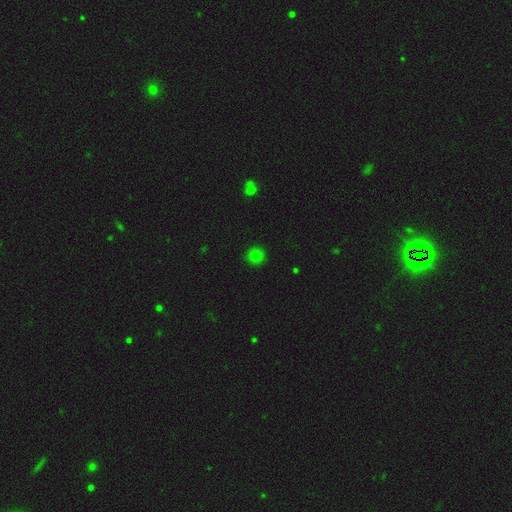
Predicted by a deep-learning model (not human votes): Smooth or featured: smooth — 79% (star or artifact — 16%)
How rounded: round — 94% (in between — 5%)
Merging: none — 91% (minor disturbance — 6%)